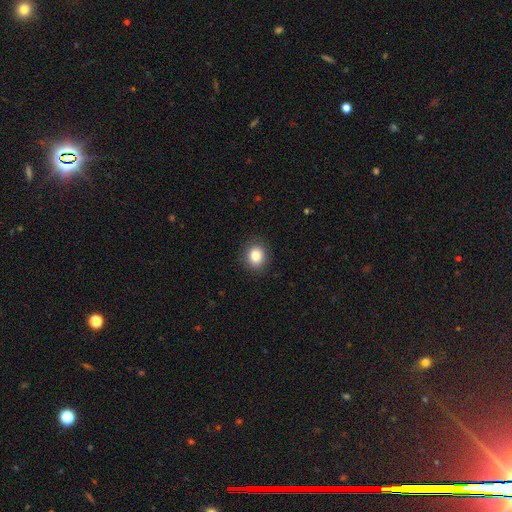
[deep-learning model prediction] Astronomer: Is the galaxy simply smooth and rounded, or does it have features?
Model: smooth — 83%.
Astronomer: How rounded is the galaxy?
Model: round — 75%.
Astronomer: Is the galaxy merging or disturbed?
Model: none — 89%.